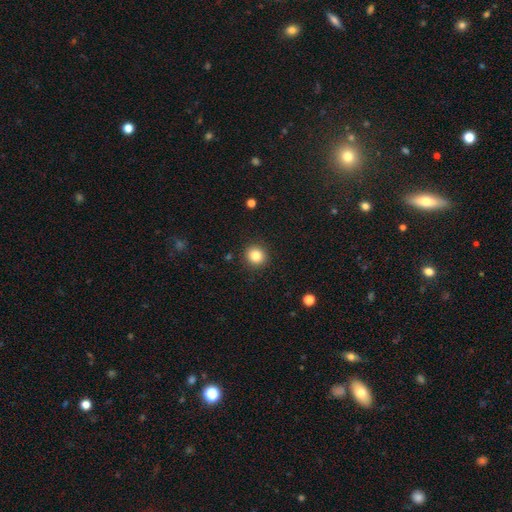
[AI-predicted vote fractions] smooth_or_featured: smooth (p=0.84) [alt: star or artifact p=0.11]
how_rounded: round (p=0.90) [alt: in between p=0.09]
merging: none (p=0.91) [alt: minor disturbance p=0.06]